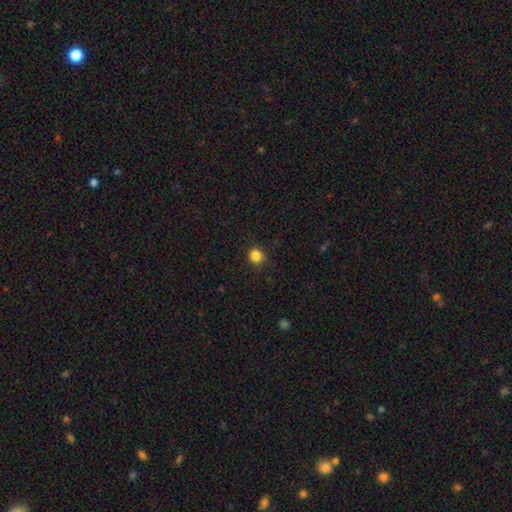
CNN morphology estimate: type=smooth (85%); roundness=round (87%); merging=none (88%).